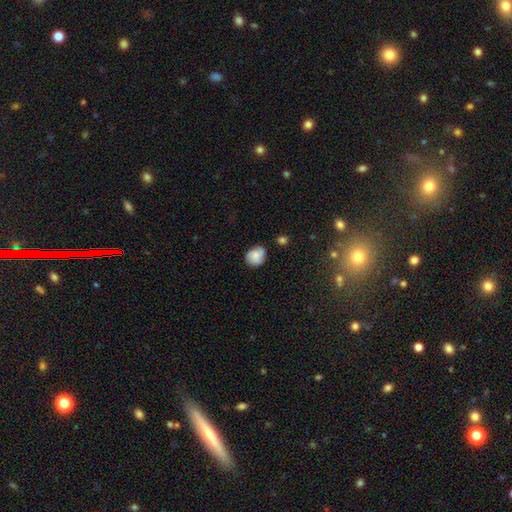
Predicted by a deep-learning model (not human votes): Morphology: type=smooth (57%); roundness=round (70%); merging=none (66%).